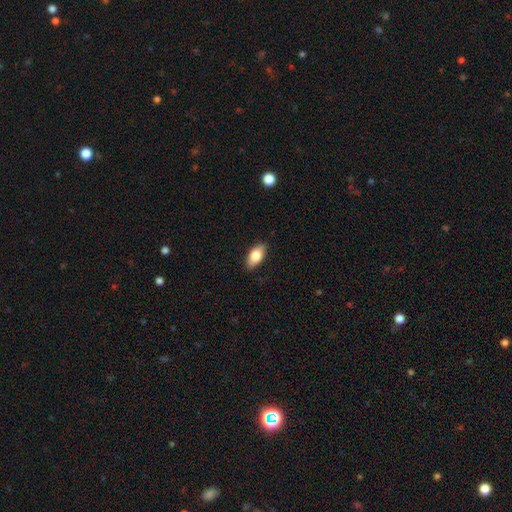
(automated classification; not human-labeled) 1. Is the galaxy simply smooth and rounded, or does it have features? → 81% smooth, 13% featured or disk, 7% star or artifact.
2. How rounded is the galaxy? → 90% in between, 6% cigar-shaped, 4% round.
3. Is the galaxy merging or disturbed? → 86% none, 11% minor disturbance, 2% major disturbance, 1% merger.